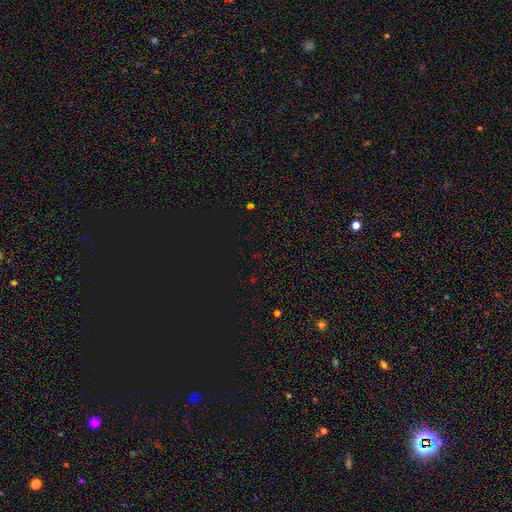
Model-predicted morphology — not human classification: Smooth or featured? Predicted: star or artifact (p=0.75).